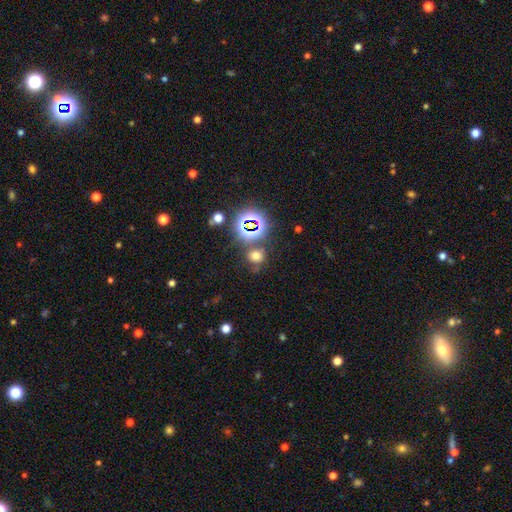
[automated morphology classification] Smooth or featured?
  - smooth: 61% *
  - star or artifact: 32%
  - featured or disk: 7%
How rounded?
  - round: 77% *
  - in between: 22%
  - cigar-shaped: 1%
Merging?
  - none: 72% *
  - merger: 12%
  - minor disturbance: 11%
  - major disturbance: 5%